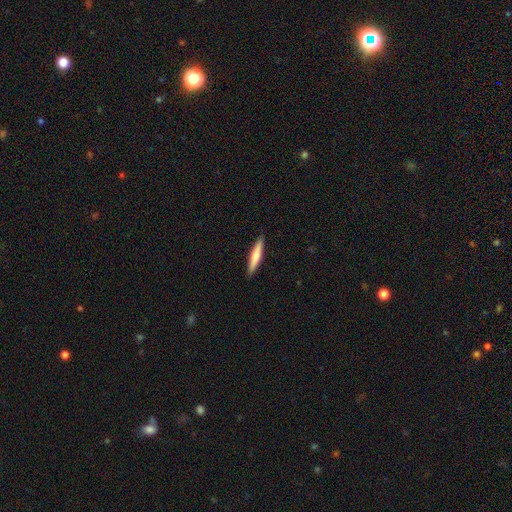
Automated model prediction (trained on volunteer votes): A smooth galaxy with no disk features (65%) that is cigar-shaped (90%). Merging: none (90%).